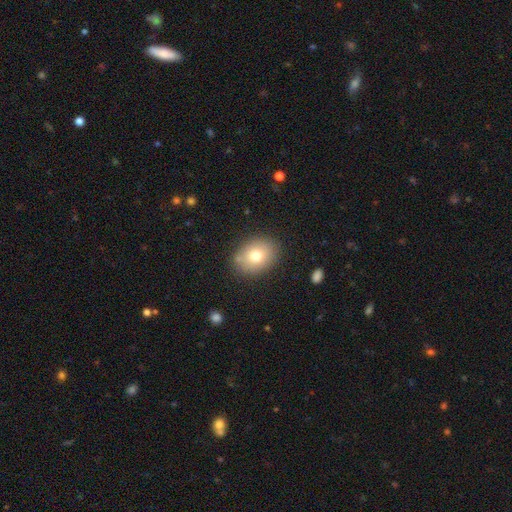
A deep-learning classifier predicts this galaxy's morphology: Overall: smooth (75%). How rounded: in between (60%; round 39%). Merging: none (83%).